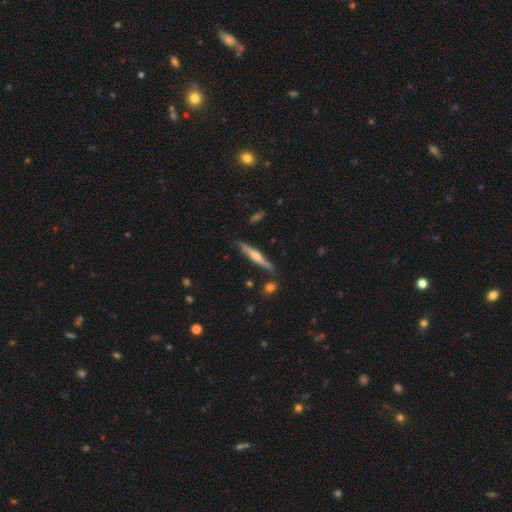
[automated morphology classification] Smooth or featured? featured or disk (60%)
Edge-on disk? yes (96%)
Edge-on bulge? rounded (79%)
Merging? none (84%)